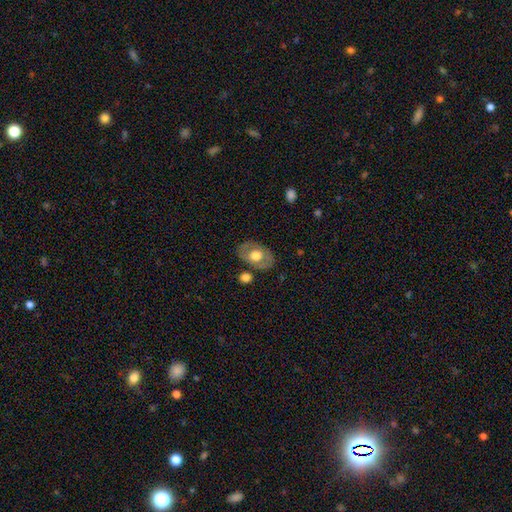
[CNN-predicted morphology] This is possibly a smooth galaxy (50%). Merging: likely none (77%).